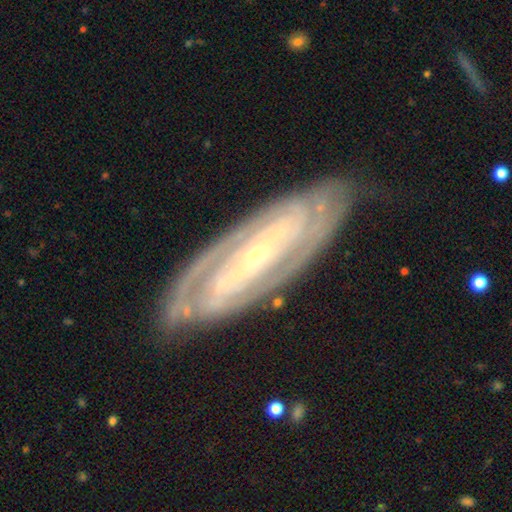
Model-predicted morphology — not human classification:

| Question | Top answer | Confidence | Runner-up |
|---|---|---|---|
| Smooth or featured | featured or disk | 86% | smooth (9%) |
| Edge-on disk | no | 88% | yes (12%) |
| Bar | strong | 42% | no (30%) |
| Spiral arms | yes | 93% | no (7%) |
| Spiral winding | tight | 69% | medium (25%) |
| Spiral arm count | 2 | 41% | can't tell (32%) |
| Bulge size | small | 80% | moderate (16%) |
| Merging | none | 79% | minor disturbance (15%) |